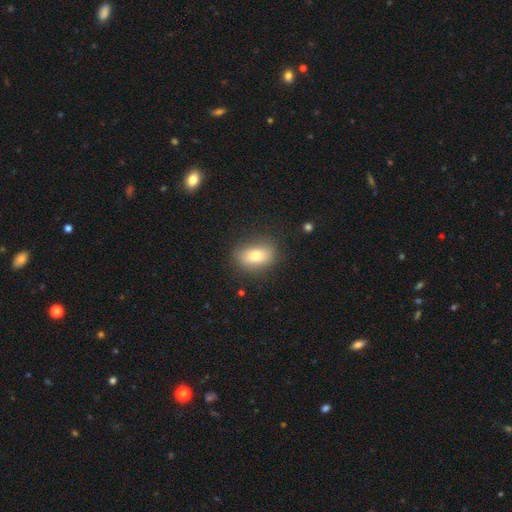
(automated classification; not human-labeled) Smooth or featured? Predicted: smooth (p=0.78). How rounded? Predicted: in between (p=0.84). Merging? Predicted: none (p=0.82).